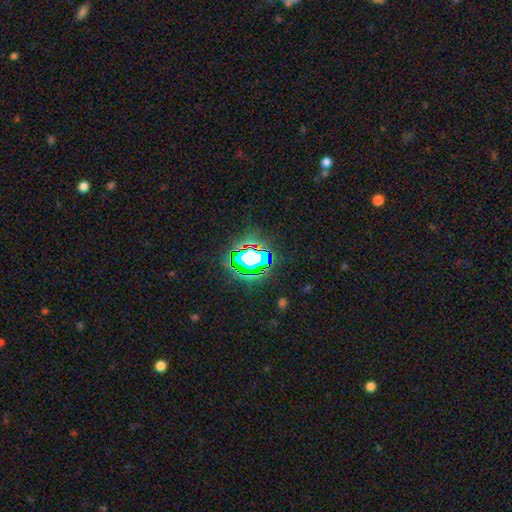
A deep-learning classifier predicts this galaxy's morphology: A star or artifact, not a galaxy (63%).

Vote fractions:
- Smooth or featured? star or artifact: 63% / smooth: 23% / featured or disk: 14%